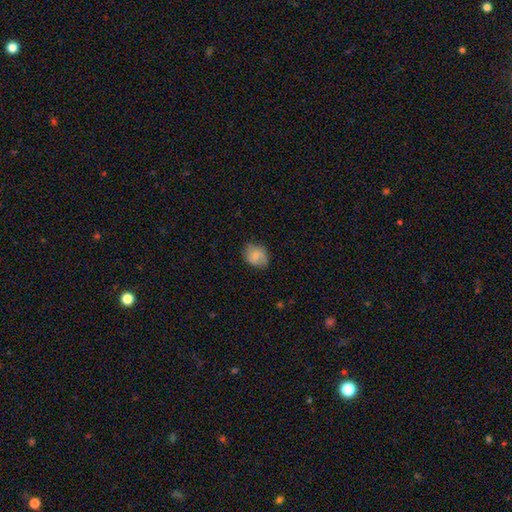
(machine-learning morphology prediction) The model was most divided on "how rounded": round: 53%, in between: 46%, cigar-shaped: 1%. More confident: smooth or featured — smooth (73%); merging — none (72%).